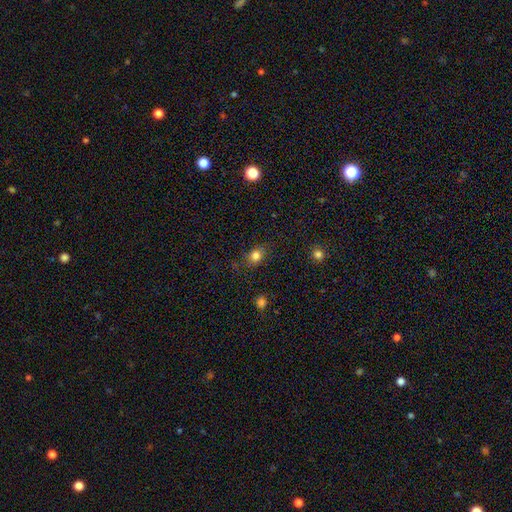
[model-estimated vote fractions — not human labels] Smooth or featured? Predicted: smooth (p=0.80). How rounded? Predicted: in between (p=0.55). Merging? Predicted: none (p=0.77).